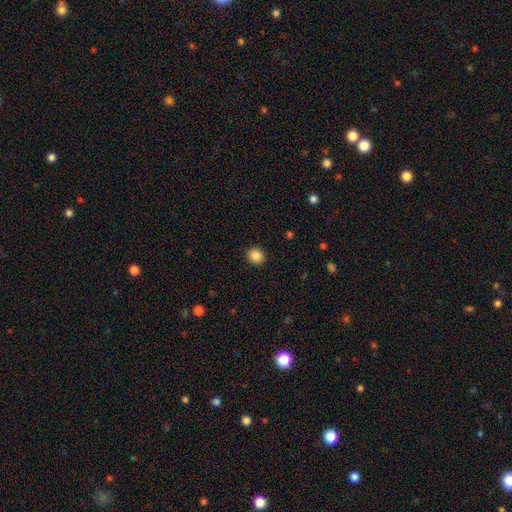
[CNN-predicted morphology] This is clearly a smooth galaxy (86%). How rounded: clearly round (82%). Merging: clearly none (92%).